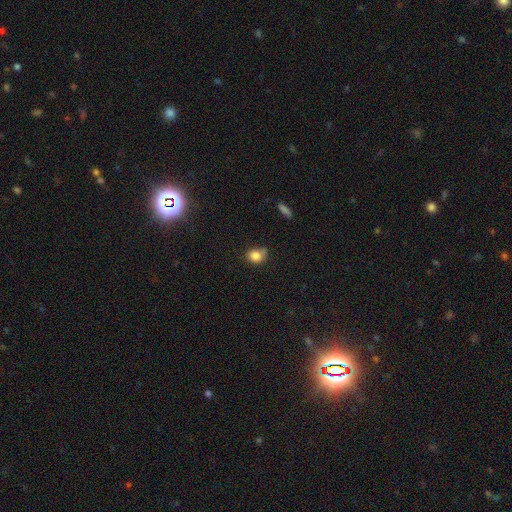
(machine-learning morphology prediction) Smooth or featured? smooth (82%)
How rounded? round (63%)
Merging? none (53%)